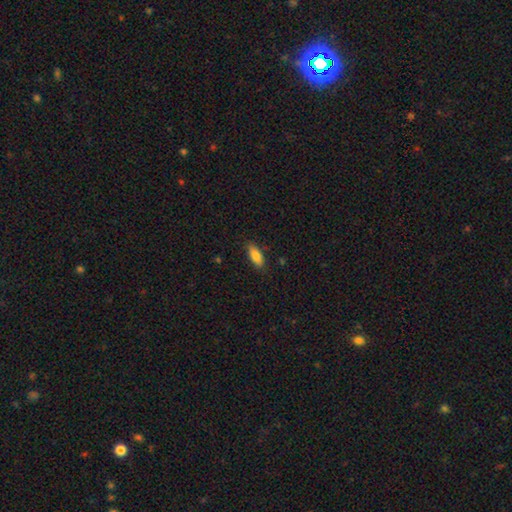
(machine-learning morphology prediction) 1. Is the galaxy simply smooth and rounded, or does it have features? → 82% smooth, 11% featured or disk, 7% star or artifact.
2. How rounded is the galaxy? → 75% in between, 23% cigar-shaped, 2% round.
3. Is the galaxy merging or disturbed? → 85% none, 12% minor disturbance, 2% major disturbance, 1% merger.